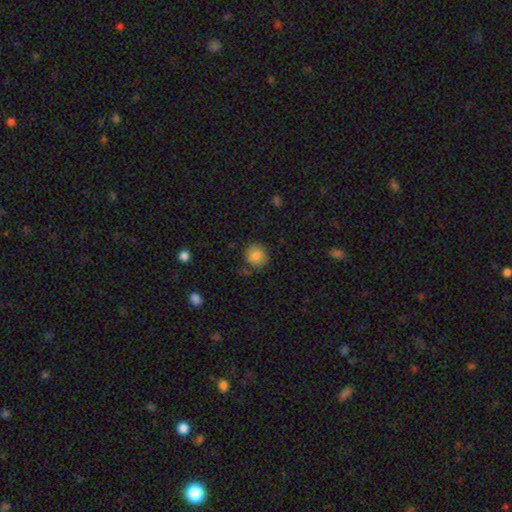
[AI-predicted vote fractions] Q: Smooth or featured?
A: smooth (84%); runner-up: star or artifact (9%)
Q: How rounded?
A: round (91%); runner-up: in between (9%)
Q: Merging?
A: none (81%); runner-up: minor disturbance (12%)